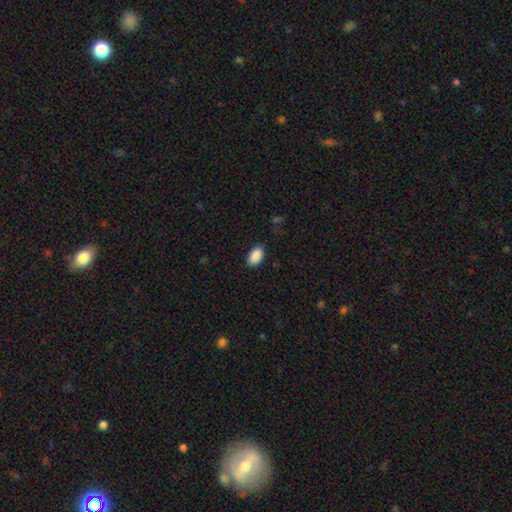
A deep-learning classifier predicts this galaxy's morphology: Smooth or featured? Predicted: smooth (p=0.90). How rounded? Predicted: in between (p=0.94). Merging? Predicted: none (p=0.87).